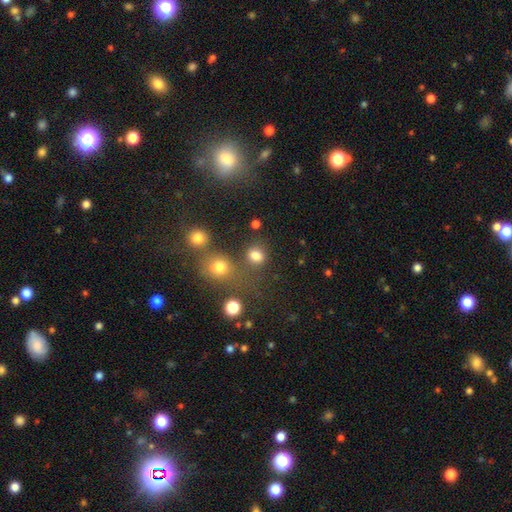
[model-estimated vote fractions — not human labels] Smooth or featured? Predicted: smooth (p=0.79). How rounded? Predicted: round (p=0.74). Merging? Predicted: none (p=0.66).